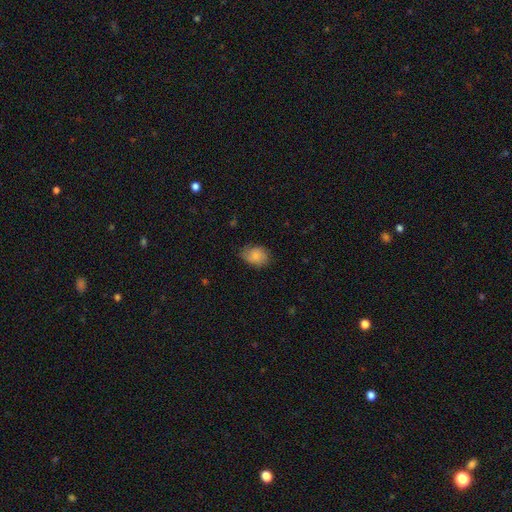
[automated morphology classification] A smooth galaxy with no disk features (72%) that is in between round and cigar-shaped (66%).

Vote fractions:
- Smooth or featured? smooth: 72% / featured or disk: 20% / star or artifact: 8%
- How rounded? in between: 66% / round: 33% / cigar-shaped: 1%
- Merging? none: 69% / minor disturbance: 24% / major disturbance: 6% / merger: 1%